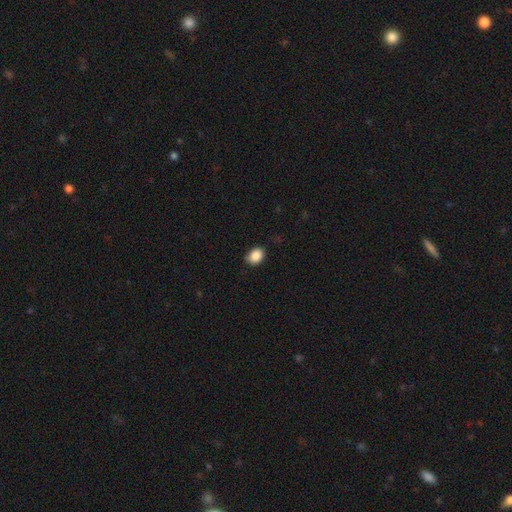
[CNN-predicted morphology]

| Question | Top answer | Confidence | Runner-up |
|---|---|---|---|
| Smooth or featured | smooth | 89% | star or artifact (8%) |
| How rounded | in between | 64% | round (35%) |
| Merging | none | 81% | minor disturbance (16%) |